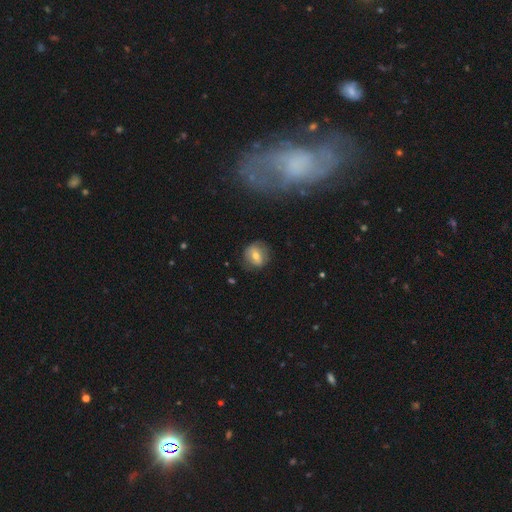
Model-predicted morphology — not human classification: This appears to be a smooth galaxy with no disk features (55%) that is round (77%). Merging: none (78%).